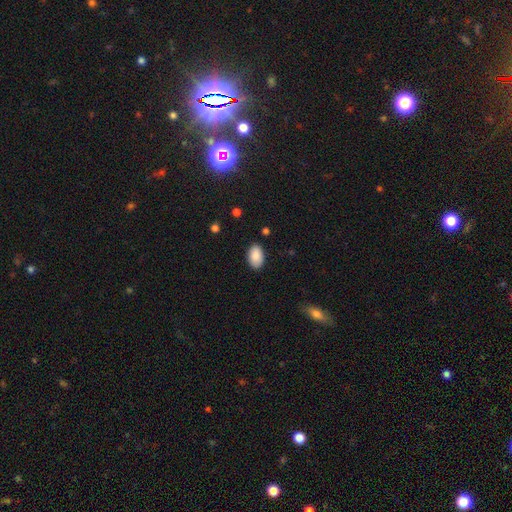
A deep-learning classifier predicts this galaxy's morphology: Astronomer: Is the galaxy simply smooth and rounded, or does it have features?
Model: smooth — 88%.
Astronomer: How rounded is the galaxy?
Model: in between — 93%.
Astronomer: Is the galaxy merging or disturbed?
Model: none — 86%.